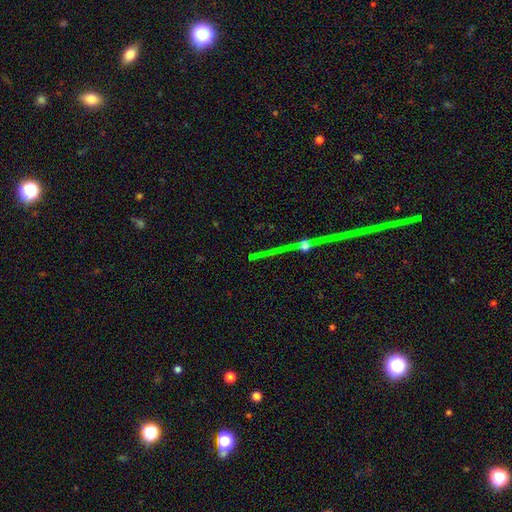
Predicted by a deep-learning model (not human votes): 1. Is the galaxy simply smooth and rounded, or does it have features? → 62% star or artifact, 26% featured or disk, 12% smooth.